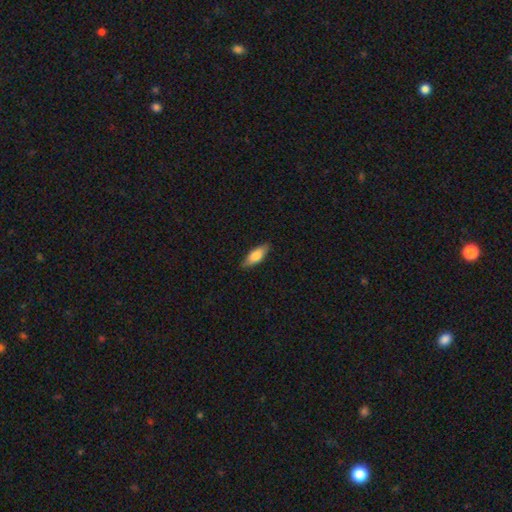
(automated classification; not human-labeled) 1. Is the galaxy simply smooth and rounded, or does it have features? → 77% smooth, 17% featured or disk, 6% star or artifact.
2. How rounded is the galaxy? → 68% in between, 30% cigar-shaped, 2% round.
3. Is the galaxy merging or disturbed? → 87% none, 10% minor disturbance, 2% major disturbance, 1% merger.